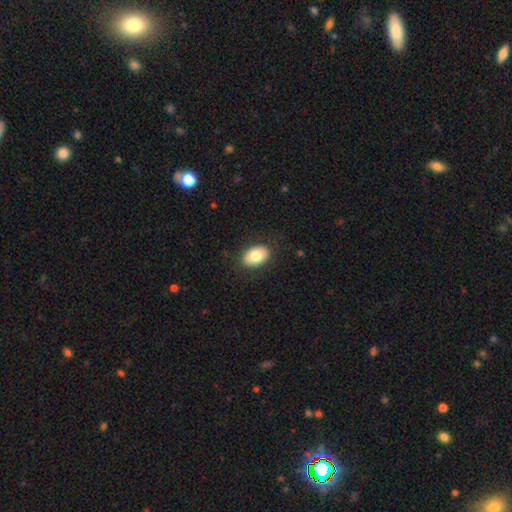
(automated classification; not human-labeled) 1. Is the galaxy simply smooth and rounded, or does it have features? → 81% smooth, 12% featured or disk, 7% star or artifact.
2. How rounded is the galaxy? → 86% in between, 13% round, 1% cigar-shaped.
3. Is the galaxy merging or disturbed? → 86% none, 10% minor disturbance, 3% major disturbance, 1% merger.